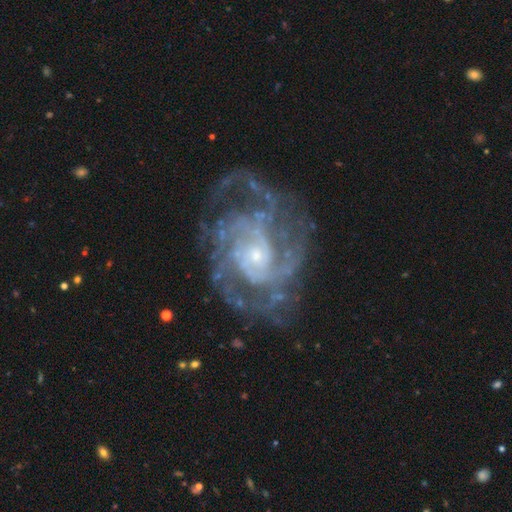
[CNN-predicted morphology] Overall: featured or disk (90%). Edge-on disk: no (98%). Bar: no (70%). Spiral arms: yes (96%). Spiral arm count: can't tell (25%; 2 24%). Spiral winding: tight (49%; medium 41%). Bulge size: small (72%). Merging: none (66%).